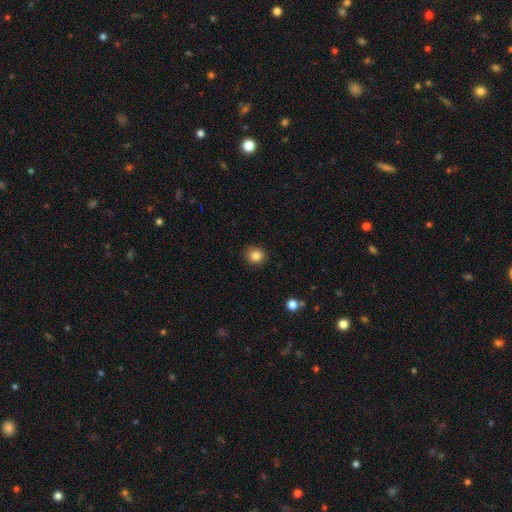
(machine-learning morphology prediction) Smooth or featured? smooth (84%)
How rounded? round (87%)
Merging? none (91%)